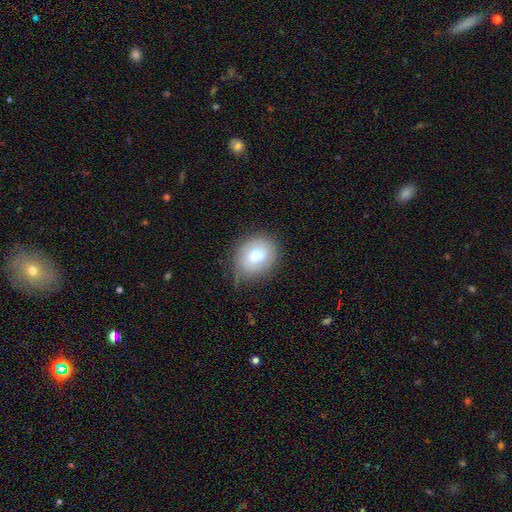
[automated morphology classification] Smooth or featured? smooth (72%)
How rounded? round (59%)
Merging? none (67%)